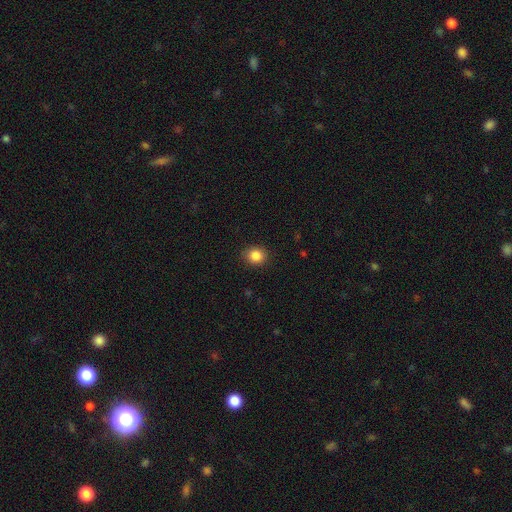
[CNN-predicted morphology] A smooth galaxy with no disk features (86%) that is round (77%).

Vote fractions:
- Smooth or featured? smooth: 86% / star or artifact: 10% / featured or disk: 4%
- How rounded? round: 77% / in between: 22% / cigar-shaped: 1%
- Merging? none: 89% / minor disturbance: 8% / major disturbance: 2% / merger: 1%